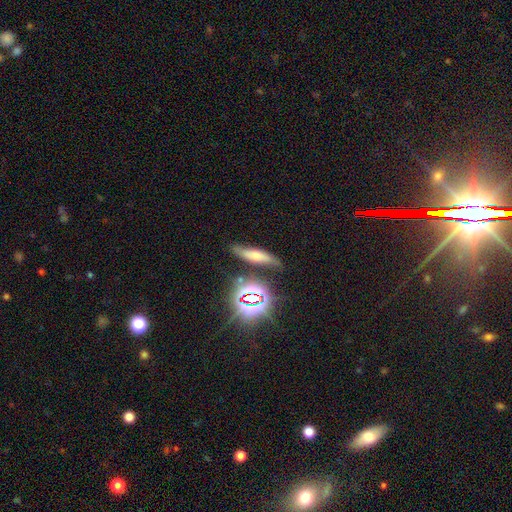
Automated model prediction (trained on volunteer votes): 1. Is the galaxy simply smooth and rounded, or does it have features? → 52% smooth, 27% featured or disk, 21% star or artifact.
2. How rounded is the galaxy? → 66% cigar-shaped, 29% in between, 5% round.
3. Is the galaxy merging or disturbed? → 73% none, 17% minor disturbance, 5% major disturbance, 5% merger.